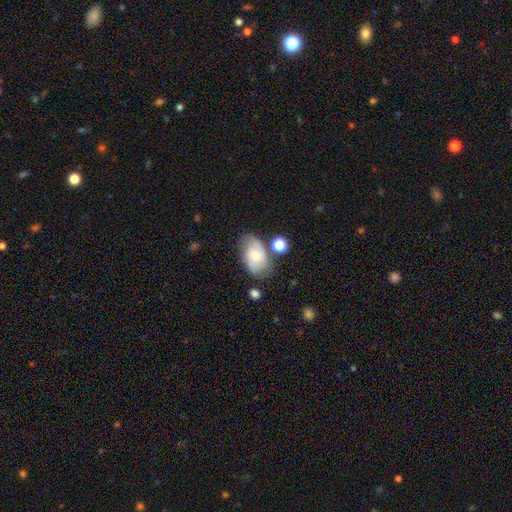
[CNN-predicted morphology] Smooth or featured?
  - smooth: 49% *
  - featured or disk: 43%
  - star or artifact: 8%
Merging?
  - none: 64% *
  - minor disturbance: 21%
  - merger: 9%
  - major disturbance: 7%